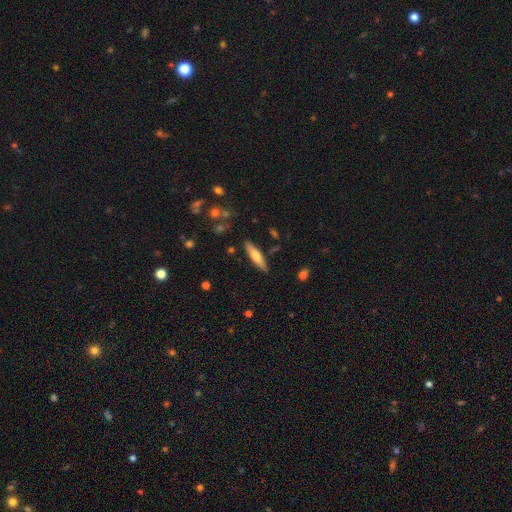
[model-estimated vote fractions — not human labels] Smooth or featured? Predicted: smooth (p=0.57). How rounded? Predicted: cigar-shaped (p=0.75). Merging? Predicted: none (p=0.87).